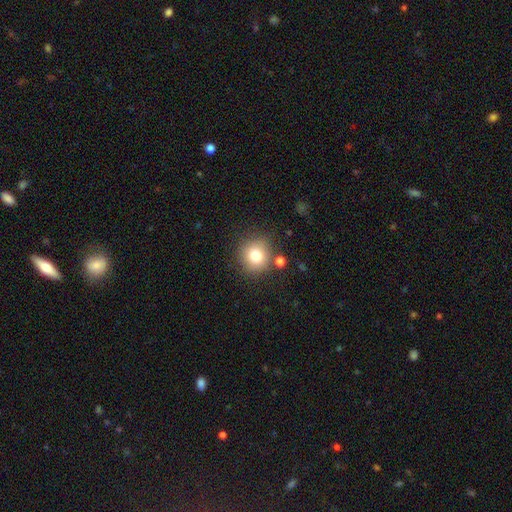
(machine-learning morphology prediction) smooth_or_featured: smooth (p=0.78) [alt: star or artifact p=0.12]
how_rounded: round (p=0.90) [alt: in between p=0.09]
merging: none (p=0.81) [alt: minor disturbance p=0.10]